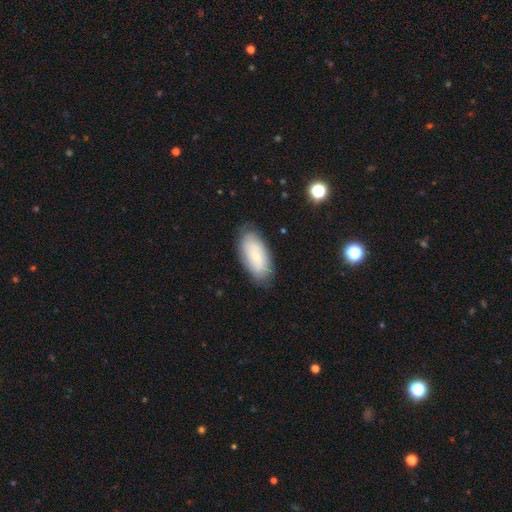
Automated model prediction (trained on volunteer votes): A smooth galaxy with no disk features (63%) that is in between round and cigar-shaped (92%).

Vote fractions:
- Smooth or featured? smooth: 63% / featured or disk: 29% / star or artifact: 7%
- How rounded? in between: 92% / cigar-shaped: 6% / round: 3%
- Merging? none: 81% / minor disturbance: 15% / major disturbance: 3% / merger: 1%